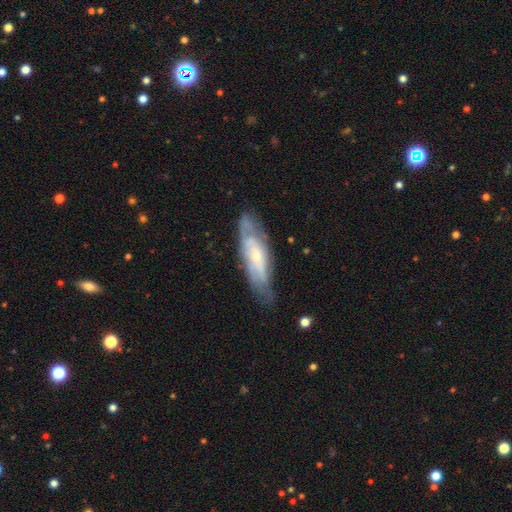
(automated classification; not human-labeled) Morphology: type=featured or disk (65%); edge-on=no (71%); merging=none (68%).